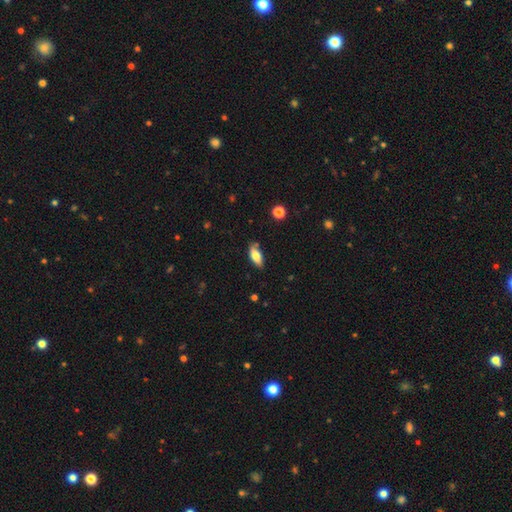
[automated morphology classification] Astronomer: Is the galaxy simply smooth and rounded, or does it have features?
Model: smooth — 75%.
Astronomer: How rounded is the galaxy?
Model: in between — 80%.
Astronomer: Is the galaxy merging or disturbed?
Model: none — 77%.